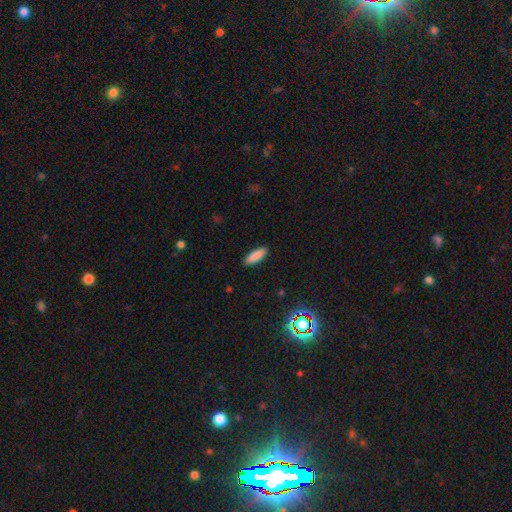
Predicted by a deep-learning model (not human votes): The model was most divided on "how rounded": in between: 52%, cigar-shaped: 47%, round: 2%. More confident: merging — none (90%); smooth or featured — smooth (87%).